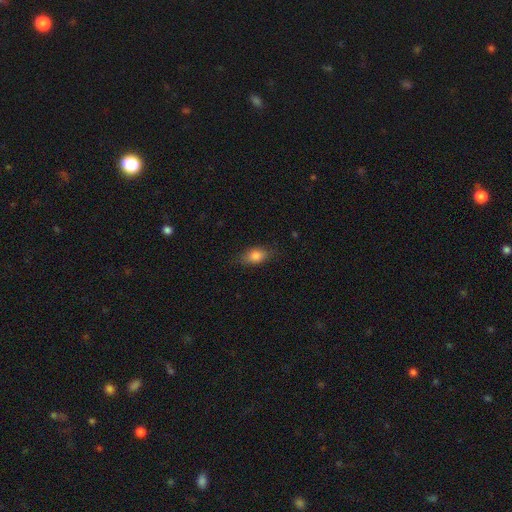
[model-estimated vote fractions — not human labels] Overall: smooth (80%). How rounded: in between (82%). Merging: none (77%).